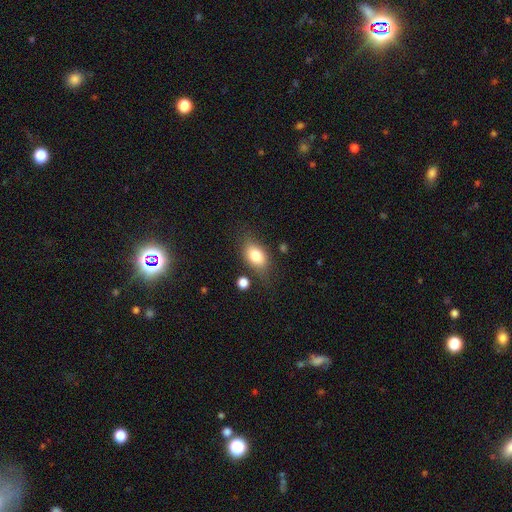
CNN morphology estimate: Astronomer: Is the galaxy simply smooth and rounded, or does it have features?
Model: smooth — 80%.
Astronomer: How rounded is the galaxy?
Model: in between — 85%.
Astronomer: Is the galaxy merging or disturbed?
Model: none — 72%.